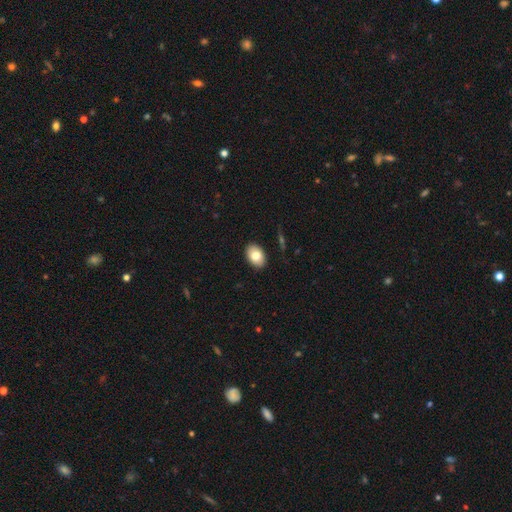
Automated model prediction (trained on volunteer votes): This appears to be a smooth galaxy with no disk features (82%) that is in between round and cigar-shaped (86%). Merging: none (90%).